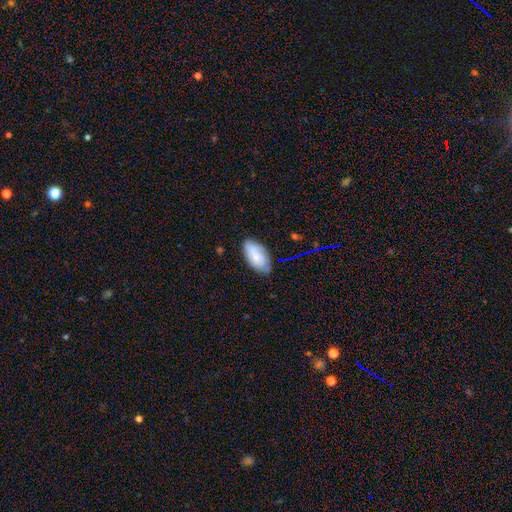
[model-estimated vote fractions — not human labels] A smooth galaxy with no disk features (64%) that is in between round and cigar-shaped (93%). Merging: none (68%).